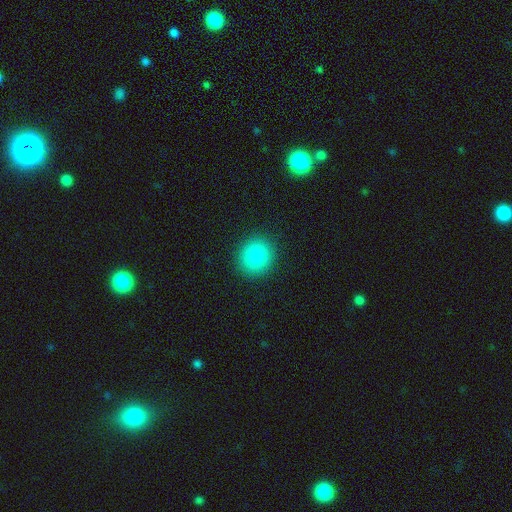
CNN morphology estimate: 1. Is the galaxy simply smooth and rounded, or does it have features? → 83% smooth, 10% star or artifact, 7% featured or disk.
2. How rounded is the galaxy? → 86% round, 13% in between, 1% cigar-shaped.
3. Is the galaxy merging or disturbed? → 90% none, 6% minor disturbance, 2% major disturbance, 1% merger.